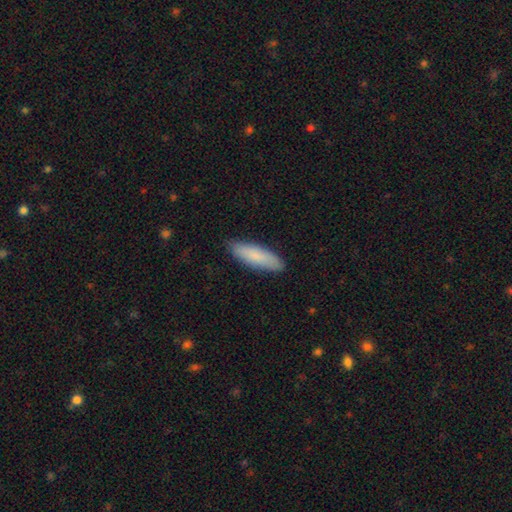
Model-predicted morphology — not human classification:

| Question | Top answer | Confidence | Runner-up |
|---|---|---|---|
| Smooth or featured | smooth | 85% | featured or disk (10%) |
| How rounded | cigar-shaped | 57% | in between (41%) |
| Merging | none | 87% | minor disturbance (10%) |